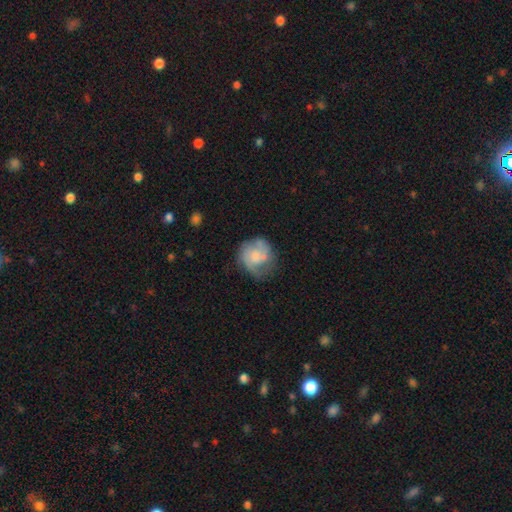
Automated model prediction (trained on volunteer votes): Overall: featured or disk (56%; smooth 37%). Edge-on disk: no (98%). Bar: no (74%). Spiral arms: yes (81%). Bulge size: small (38%; moderate 30%). Merging: none (55%; minor disturbance 25%).